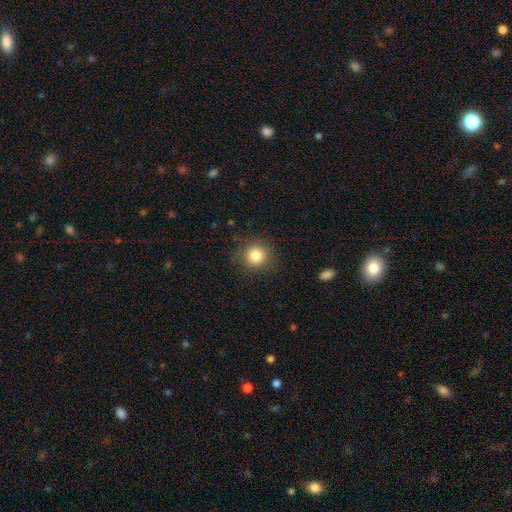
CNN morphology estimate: Q: Smooth or featured?
A: smooth (83%); runner-up: star or artifact (11%)
Q: How rounded?
A: round (91%); runner-up: in between (8%)
Q: Merging?
A: none (86%); runner-up: minor disturbance (10%)